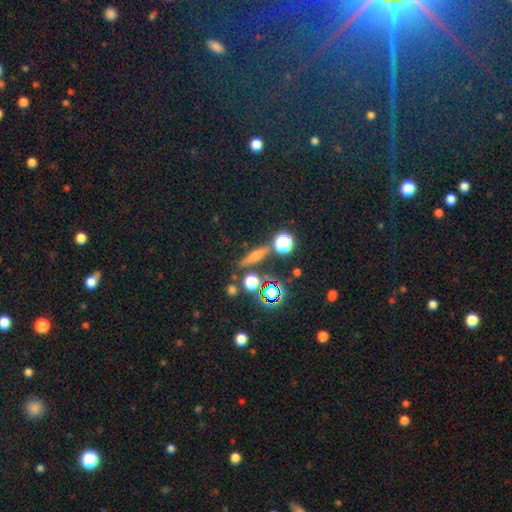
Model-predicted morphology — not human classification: This is possibly a smooth galaxy (51%). How rounded: likely cigar-shaped (68%). Merging: likely none (80%).